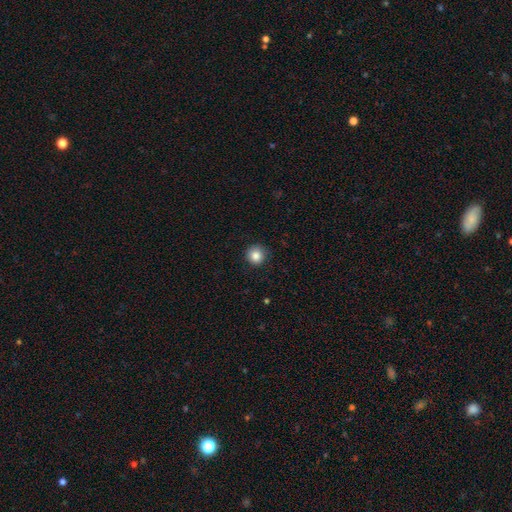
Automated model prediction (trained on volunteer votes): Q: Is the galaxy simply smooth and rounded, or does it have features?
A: smooth — 85%.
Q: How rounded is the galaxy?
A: round — 94%.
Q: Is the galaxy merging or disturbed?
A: none — 89%.